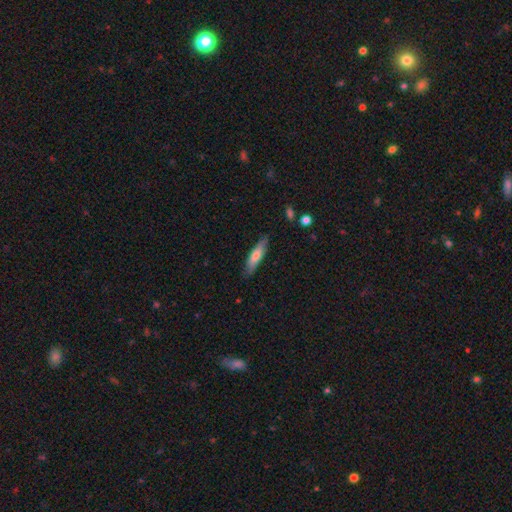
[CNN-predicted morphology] Smooth or featured? smooth (65%)
How rounded? cigar-shaped (76%)
Merging? none (83%)